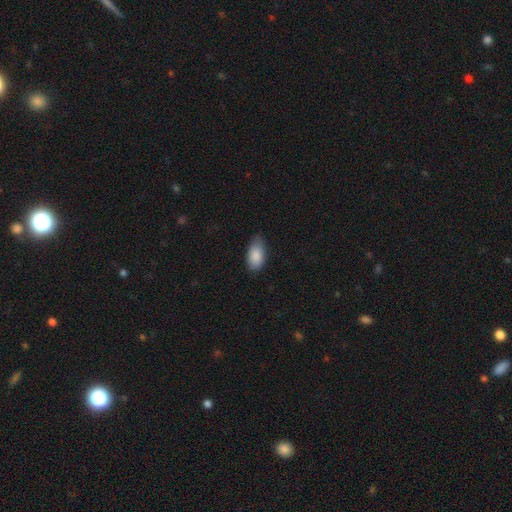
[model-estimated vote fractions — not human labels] Q: Smooth or featured?
A: smooth (88%); runner-up: star or artifact (6%)
Q: How rounded?
A: in between (93%); runner-up: cigar-shaped (3%)
Q: Merging?
A: none (73%); runner-up: minor disturbance (22%)